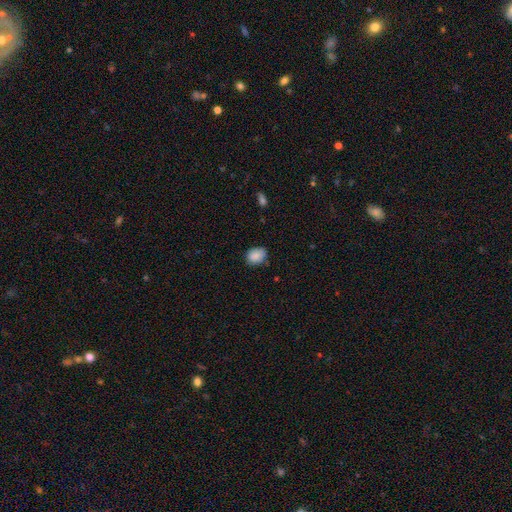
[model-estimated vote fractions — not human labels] This is clearly a smooth galaxy (87%). How rounded: possibly in between (59%). Merging: likely none (70%).